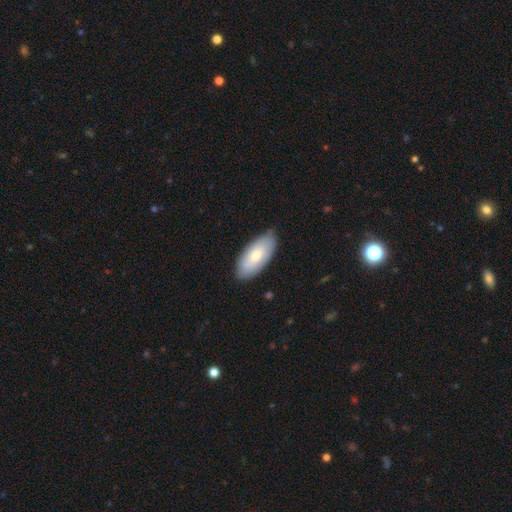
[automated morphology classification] Smooth or featured? smooth (71%)
How rounded? in between (91%)
Merging? none (80%)